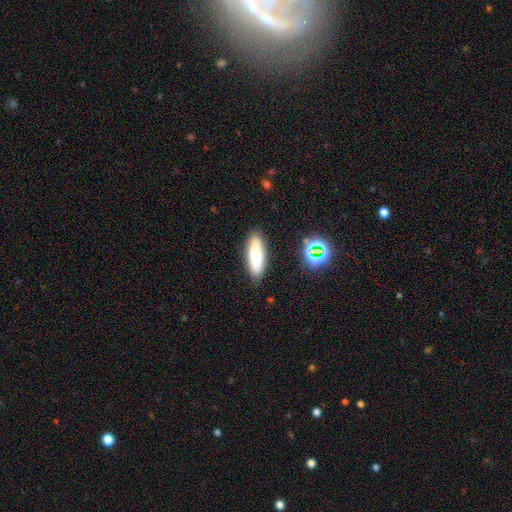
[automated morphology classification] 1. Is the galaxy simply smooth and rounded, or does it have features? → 77% smooth, 14% featured or disk, 8% star or artifact.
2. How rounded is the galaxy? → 51% cigar-shaped, 47% in between, 2% round.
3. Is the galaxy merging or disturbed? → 86% none, 10% minor disturbance, 2% major disturbance, 2% merger.